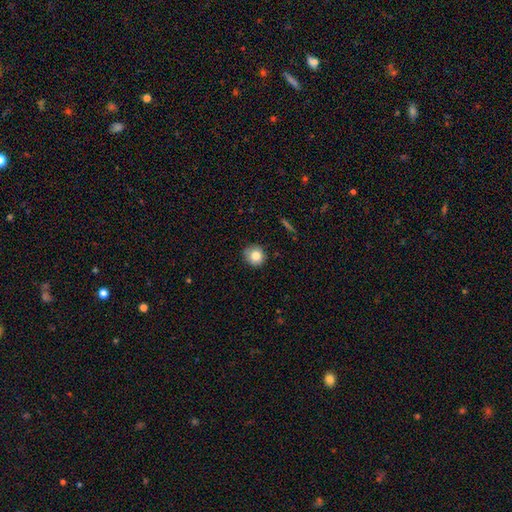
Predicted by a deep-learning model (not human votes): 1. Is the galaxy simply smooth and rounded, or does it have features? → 81% smooth, 10% star or artifact, 9% featured or disk.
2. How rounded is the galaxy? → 89% round, 10% in between, 1% cigar-shaped.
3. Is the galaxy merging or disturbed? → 83% none, 13% minor disturbance, 2% major disturbance, 1% merger.